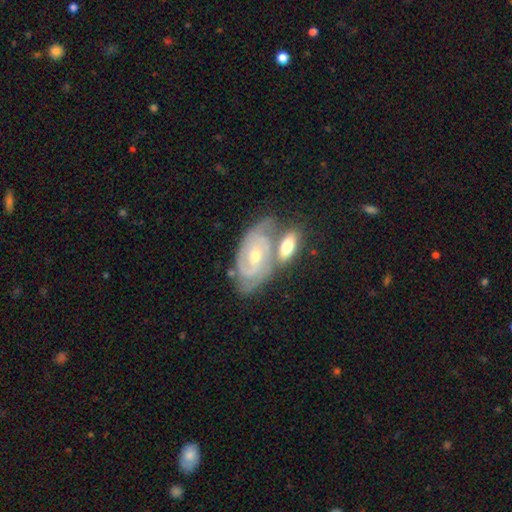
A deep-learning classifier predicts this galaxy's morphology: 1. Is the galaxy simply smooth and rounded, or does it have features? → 84% featured or disk, 11% smooth, 5% star or artifact.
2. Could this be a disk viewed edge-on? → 95% no, 5% yes.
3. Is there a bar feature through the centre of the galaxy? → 56% no, 33% weak, 10% strong.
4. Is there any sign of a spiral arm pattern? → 95% yes, 5% no.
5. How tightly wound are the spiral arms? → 65% tight, 29% medium, 6% loose.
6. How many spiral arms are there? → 58% 2, 20% can't tell, 13% 3, 4% 1, 3% 4, 2% more than 4.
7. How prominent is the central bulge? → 49% moderate, 48% small, 2% large, 1% none, 1% dominant.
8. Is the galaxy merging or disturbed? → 43% none, 35% merger, 15% minor disturbance, 6% major disturbance.